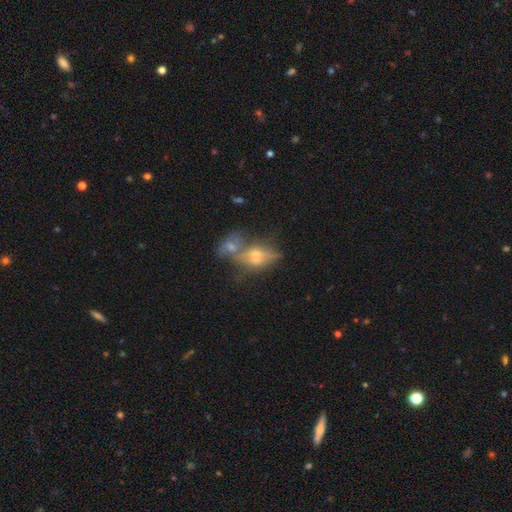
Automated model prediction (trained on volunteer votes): This is possibly a featured or disk galaxy (48%). Merging: possibly merger (46%).